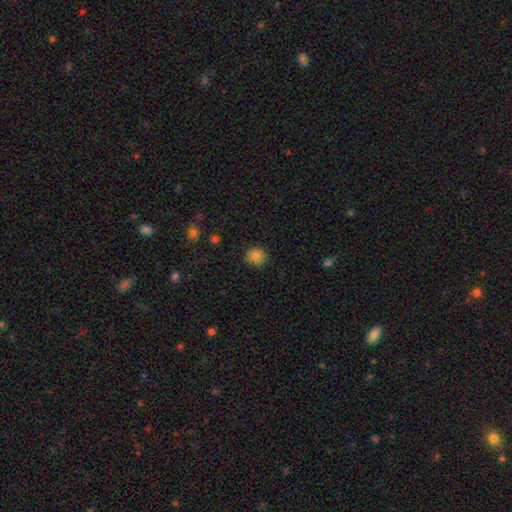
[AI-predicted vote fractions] smooth-or-featured: smooth: 84% | star or artifact: 10% | featured or disk: 6%
  how-rounded: round: 85% | in between: 14% | cigar-shaped: 1%
  merging: none: 87% | minor disturbance: 9% | major disturbance: 2% | merger: 1%